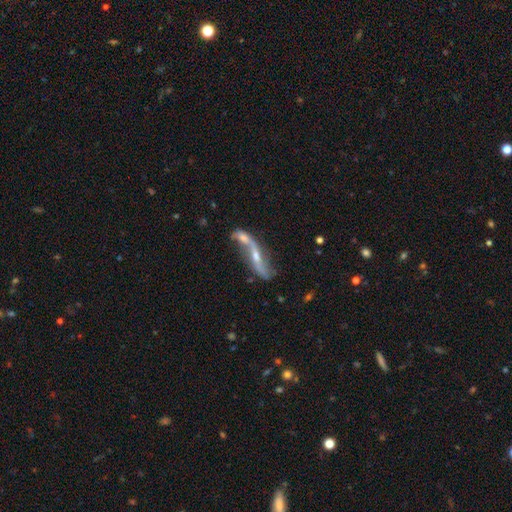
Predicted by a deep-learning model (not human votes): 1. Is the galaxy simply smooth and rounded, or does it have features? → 77% featured or disk, 15% smooth, 8% star or artifact.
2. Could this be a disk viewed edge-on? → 67% no, 33% yes.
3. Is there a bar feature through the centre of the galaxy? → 49% no, 29% weak, 22% strong.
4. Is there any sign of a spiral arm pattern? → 79% yes, 21% no.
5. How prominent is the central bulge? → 53% small, 38% moderate, 6% none, 2% large, 1% dominant.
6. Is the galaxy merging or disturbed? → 37% none (tied), 37% merger (tied), 16% minor disturbance, 11% major disturbance.